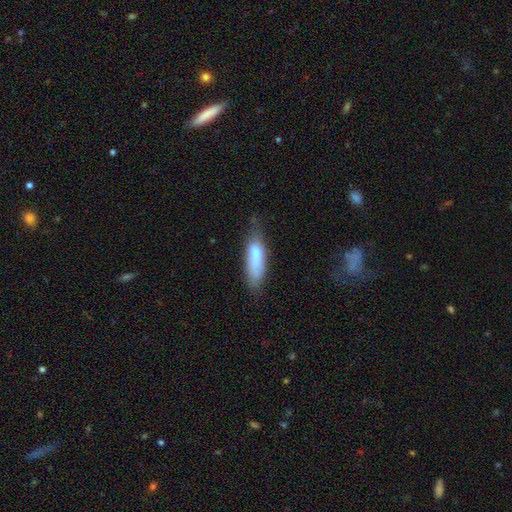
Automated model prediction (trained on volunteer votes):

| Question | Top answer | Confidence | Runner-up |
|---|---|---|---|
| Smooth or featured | smooth | 72% | featured or disk (20%) |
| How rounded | in between | 51% | cigar-shaped (47%) |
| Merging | none | 54% | minor disturbance (29%) |